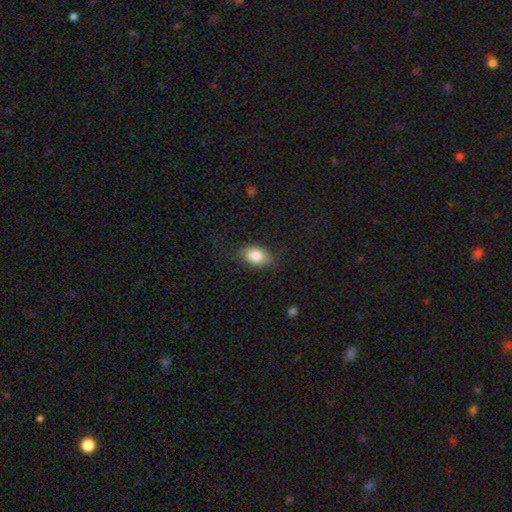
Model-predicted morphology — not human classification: The model was most divided on "merging": none: 80%, minor disturbance: 14%, major disturbance: 4%, merger: 1%. More confident: how rounded — in between (86%); smooth or featured — smooth (84%).